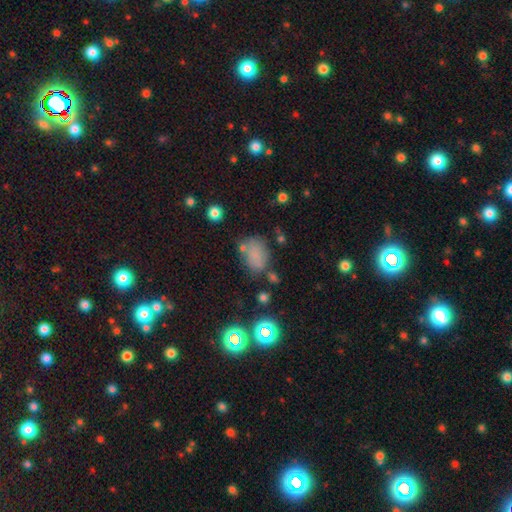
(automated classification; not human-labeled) The model was most divided on "merging": none: 59%, minor disturbance: 22%, merger: 9%, major disturbance: 9%. More confident: how rounded — in between (75%); smooth or featured — smooth (74%).